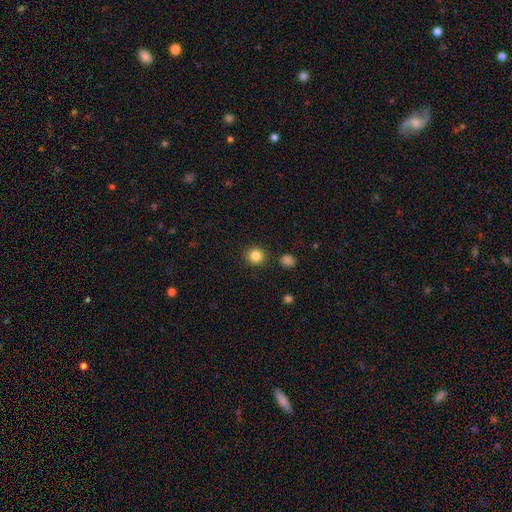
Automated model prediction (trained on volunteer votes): Smooth or featured? smooth (84%)
How rounded? round (91%)
Merging? none (90%)